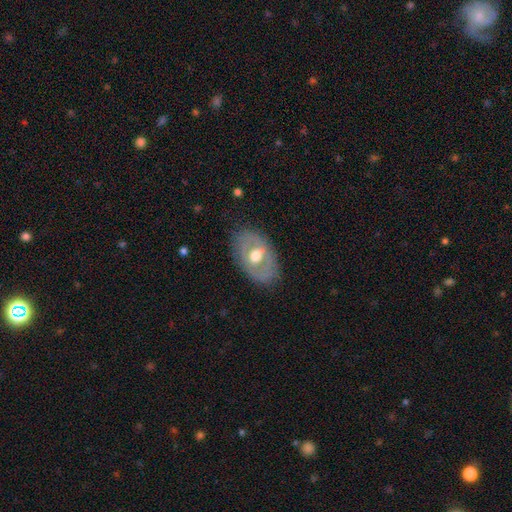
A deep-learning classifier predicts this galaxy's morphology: featured or disk 59%, smooth 35%, star or artifact 6%. Down the decision tree: edge-on disk — no (91%); bar — no (54%); spiral arms — no (75%); bulge size — moderate (73%); merging — none (76%).